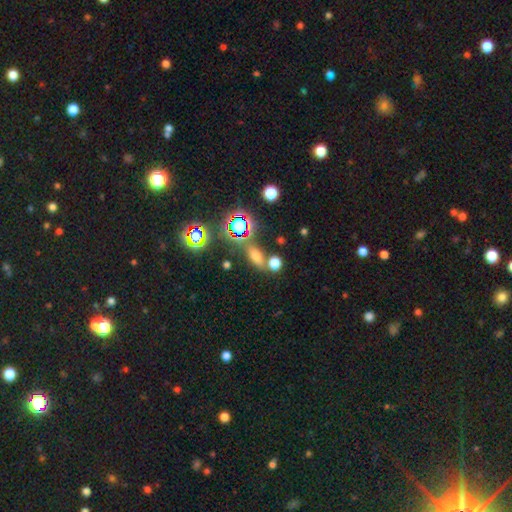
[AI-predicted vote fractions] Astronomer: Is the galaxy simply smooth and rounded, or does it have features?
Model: smooth — 56% (runner-up: star or artifact, 31%).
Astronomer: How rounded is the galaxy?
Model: in between — 60%.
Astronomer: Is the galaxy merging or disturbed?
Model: none — 64%.